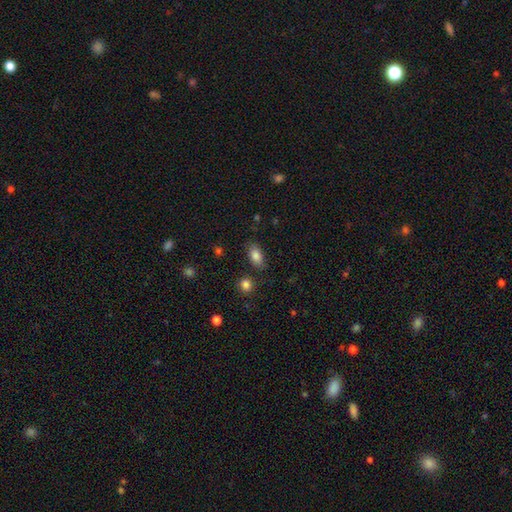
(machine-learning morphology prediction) A smooth galaxy with no disk features (85%) that is in between round and cigar-shaped (89%). Merging: none (79%).